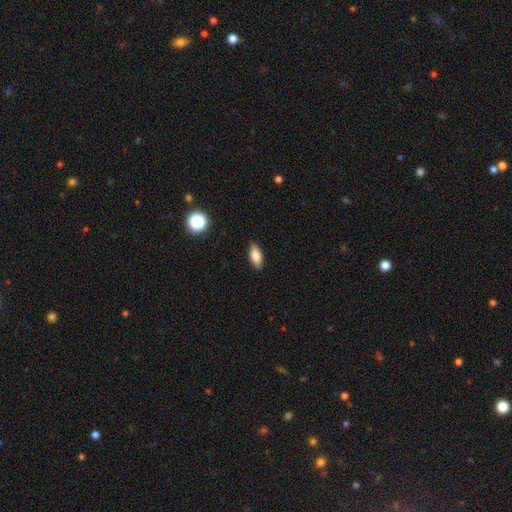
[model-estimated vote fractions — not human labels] Morphology: type=smooth (81%); roundness=in between (81%); merging=none (88%).